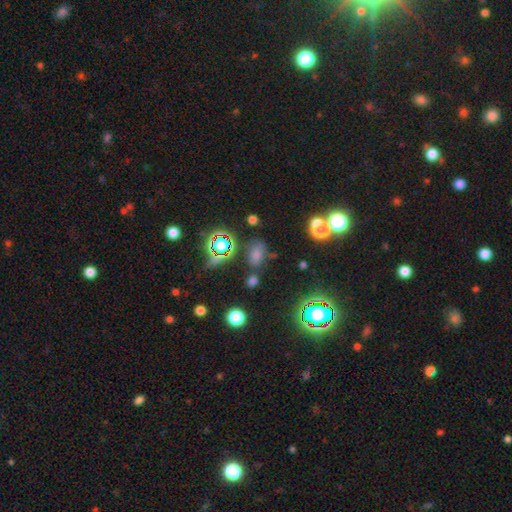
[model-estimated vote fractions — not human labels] This is possibly a smooth galaxy (49%). Merging: likely none (69%).